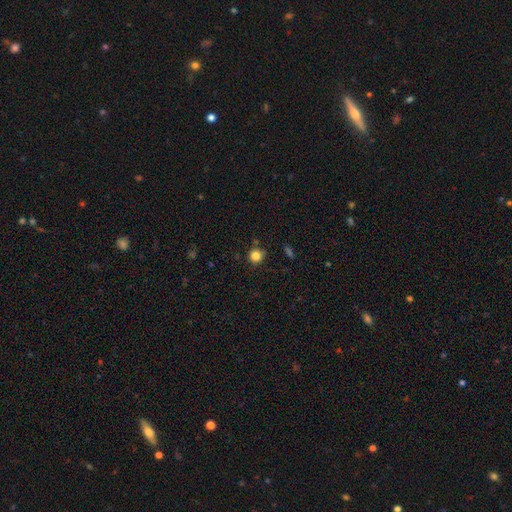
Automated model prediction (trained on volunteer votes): A smooth galaxy with no disk features (83%) that is round (91%). Merging: none (82%).